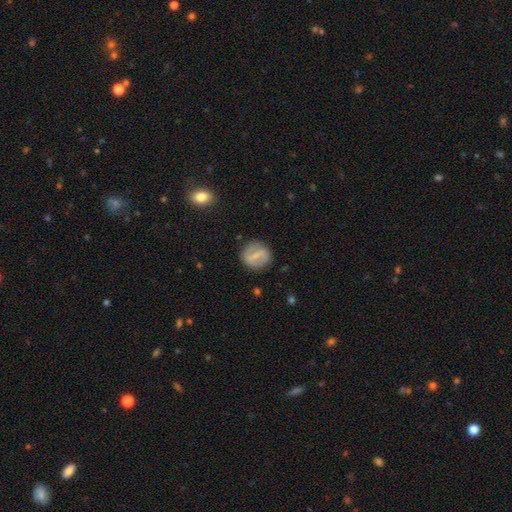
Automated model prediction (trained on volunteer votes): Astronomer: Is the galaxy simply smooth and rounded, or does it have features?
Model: featured or disk — 55% (runner-up: smooth, 38%).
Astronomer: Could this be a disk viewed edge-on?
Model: no — 95%.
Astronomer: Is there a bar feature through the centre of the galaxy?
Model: strong — 46% (runner-up: weak, 40%).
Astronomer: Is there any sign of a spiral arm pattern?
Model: yes — 59% (runner-up: no, 41%).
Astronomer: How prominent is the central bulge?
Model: small — 49% (runner-up: none, 30%).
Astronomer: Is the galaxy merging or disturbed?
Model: none — 81%.